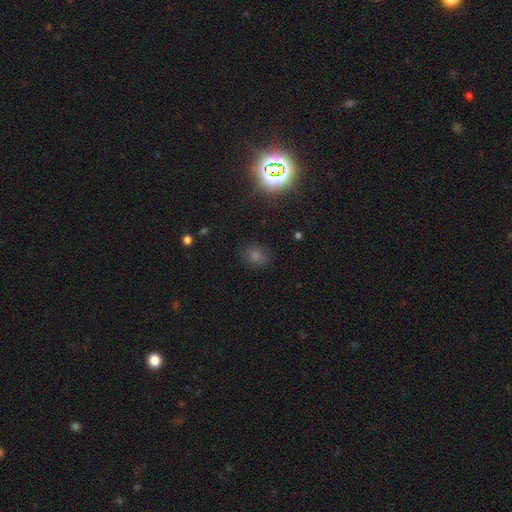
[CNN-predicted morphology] Smooth or featured? smooth (55%)
How rounded? round (74%)
Merging? none (85%)